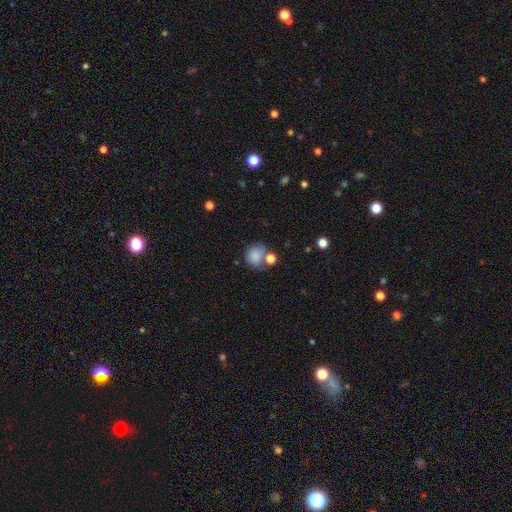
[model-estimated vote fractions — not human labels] Q: Smooth or featured?
A: smooth (81%); runner-up: featured or disk (10%)
Q: How rounded?
A: round (74%); runner-up: in between (25%)
Q: Merging?
A: none (49%); runner-up: merger (24%)